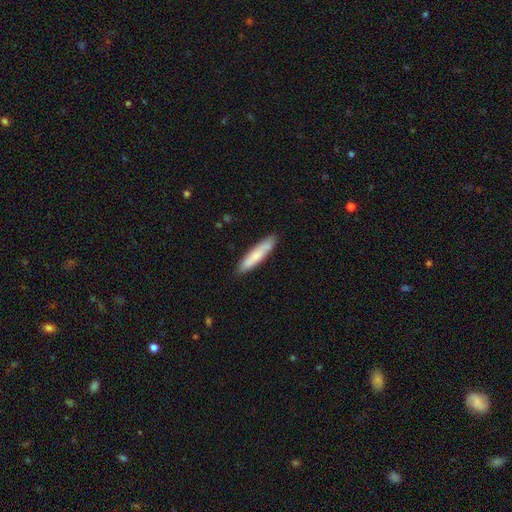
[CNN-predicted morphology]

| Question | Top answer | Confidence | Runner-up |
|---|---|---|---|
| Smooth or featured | smooth | 74% | featured or disk (21%) |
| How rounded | cigar-shaped | 85% | in between (14%) |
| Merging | none | 83% | minor disturbance (13%) |